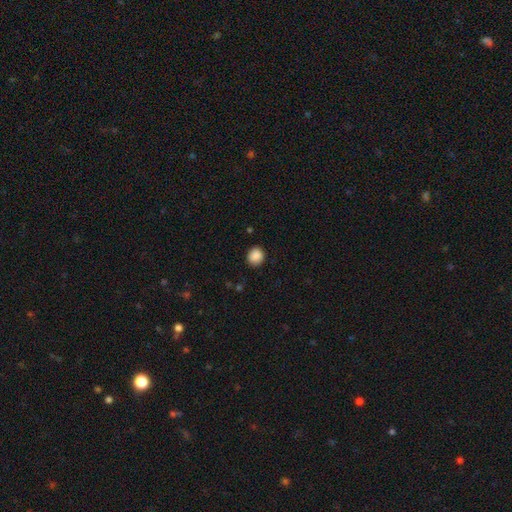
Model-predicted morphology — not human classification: Smooth or featured: smooth — 88% (star or artifact — 9%)
How rounded: round — 79% (in between — 20%)
Merging: none — 86% (minor disturbance — 10%)